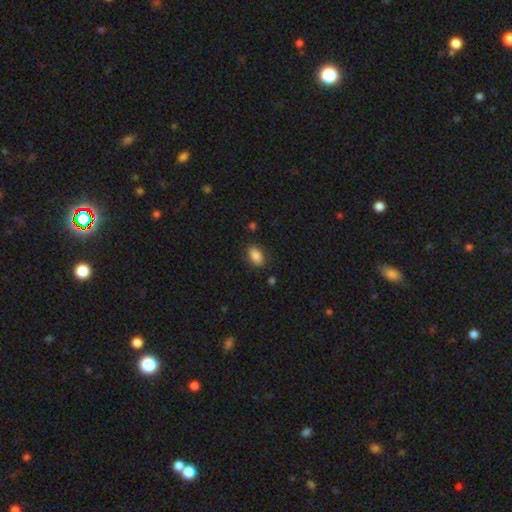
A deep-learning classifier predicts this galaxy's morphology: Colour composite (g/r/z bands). It shows a smooth galaxy with no disk features (85%) that is in between round and cigar-shaped (90%). Merging: none (79%).